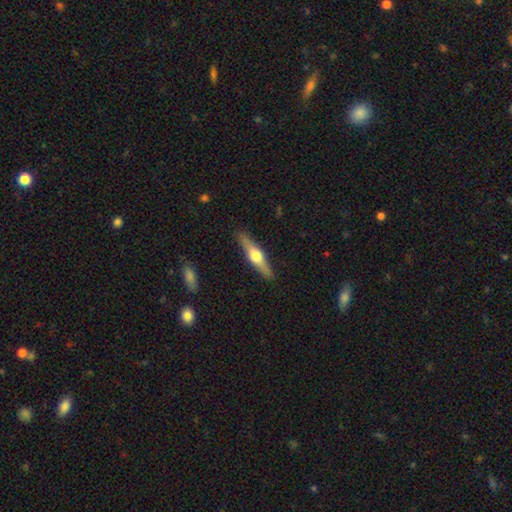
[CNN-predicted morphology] Smooth or featured? Predicted: featured or disk (p=0.63). Edge-on disk? Predicted: yes (p=0.96). Edge-on bulge? Predicted: rounded (p=0.94). Merging? Predicted: none (p=0.89).